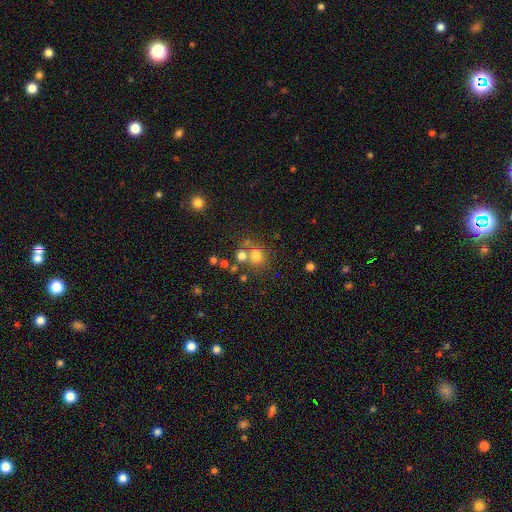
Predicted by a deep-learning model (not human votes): smooth 72%, star or artifact 18%, featured or disk 10%. Down the decision tree: how rounded — round (87%); merging — none (62%).